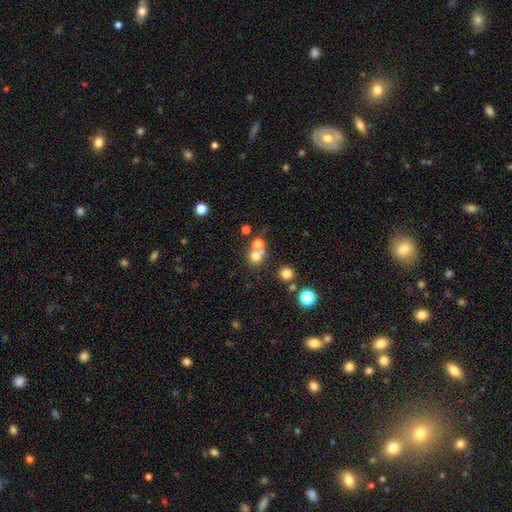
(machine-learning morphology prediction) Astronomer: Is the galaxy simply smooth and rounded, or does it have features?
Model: smooth — 68%.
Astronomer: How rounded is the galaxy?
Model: round — 86%.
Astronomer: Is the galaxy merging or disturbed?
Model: none — 49% (runner-up: merger, 41%).